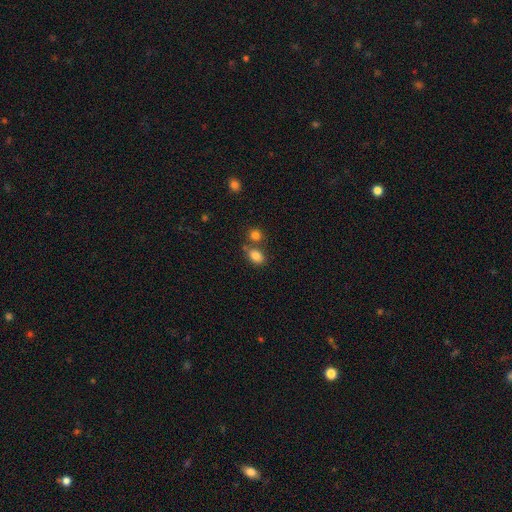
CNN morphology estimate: smooth 83%, star or artifact 10%, featured or disk 7%. Down the decision tree: how rounded — in between (77%); merging — none (56%).